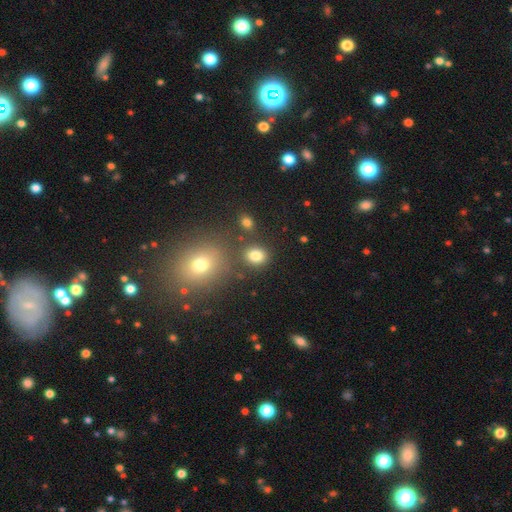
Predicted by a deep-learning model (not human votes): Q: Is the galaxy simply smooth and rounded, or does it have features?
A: smooth — 80%.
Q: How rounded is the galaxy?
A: round — 62%.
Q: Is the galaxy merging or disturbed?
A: none — 77%.